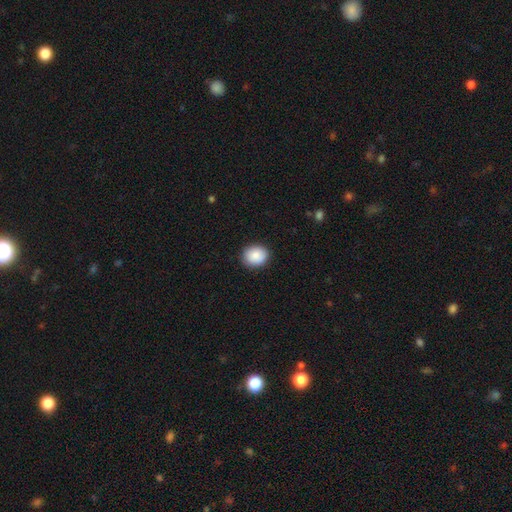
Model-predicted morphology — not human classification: Smooth or featured: smooth — 88% (star or artifact — 7%)
How rounded: round — 69% (in between — 30%)
Merging: none — 89% (minor disturbance — 8%)